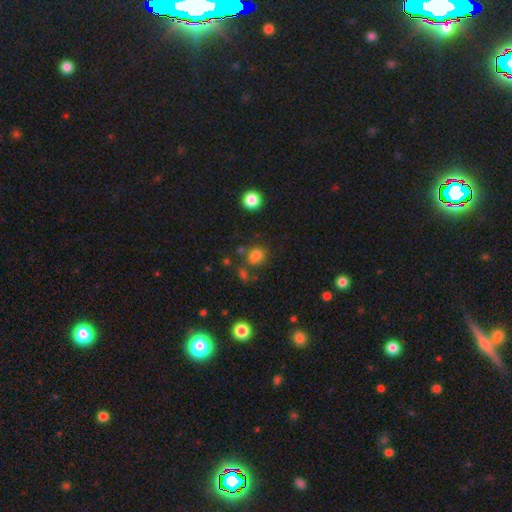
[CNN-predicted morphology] Overall: smooth (79%). How rounded: round (67%; in between 32%). Merging: none (68%).